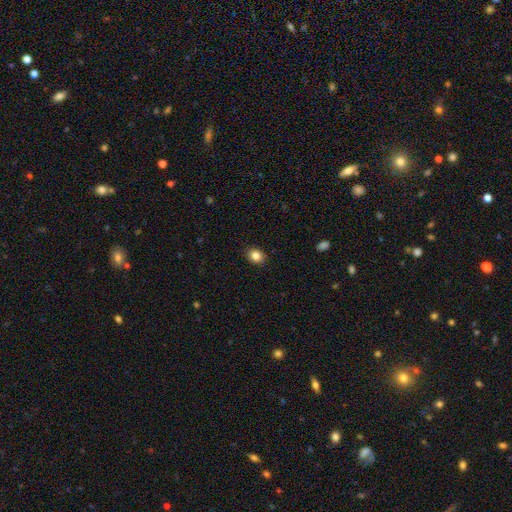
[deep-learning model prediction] This is clearly a smooth galaxy (85%). How rounded: possibly round (58%). Merging: clearly none (90%).